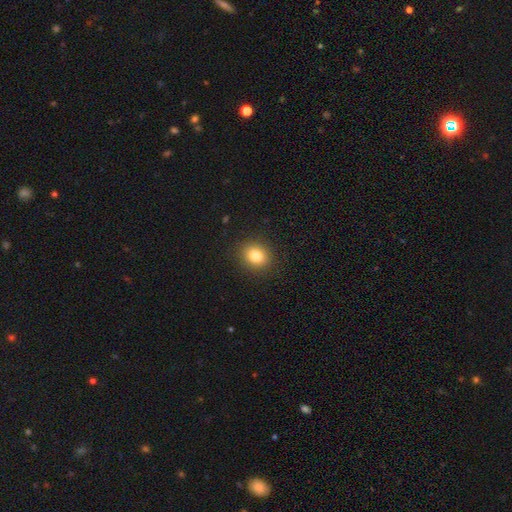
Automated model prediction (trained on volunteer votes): Q: Smooth or featured?
A: smooth (82%); runner-up: star or artifact (11%)
Q: How rounded?
A: round (66%); runner-up: in between (33%)
Q: Merging?
A: none (89%); runner-up: minor disturbance (7%)